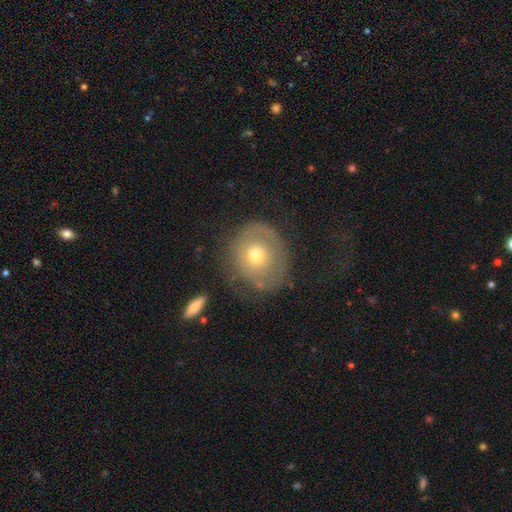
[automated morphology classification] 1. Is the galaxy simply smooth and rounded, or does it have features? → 50% smooth, 41% featured or disk, 9% star or artifact.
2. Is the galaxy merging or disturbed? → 60% none, 21% minor disturbance, 16% major disturbance, 3% merger.